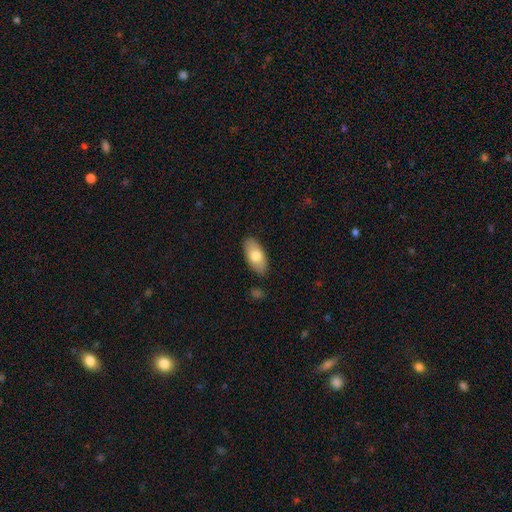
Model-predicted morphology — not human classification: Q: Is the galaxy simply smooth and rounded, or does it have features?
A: smooth — 75%.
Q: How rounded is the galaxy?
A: in between — 92%.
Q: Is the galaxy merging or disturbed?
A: none — 86%.